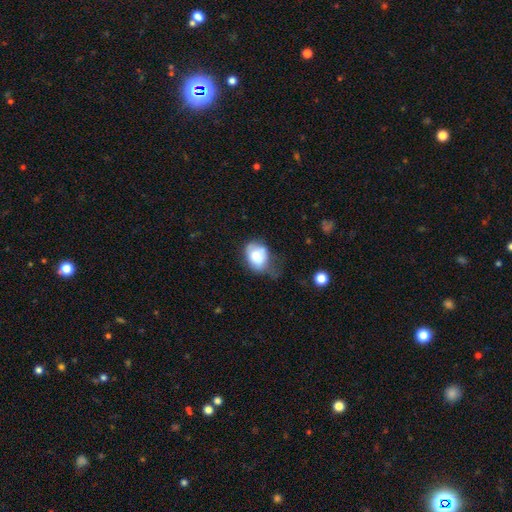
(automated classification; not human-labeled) smooth_or_featured: smooth (p=0.72) [alt: featured or disk p=0.20]
how_rounded: in between (p=0.62) [alt: round p=0.37]
merging: minor disturbance (p=0.38) [alt: none p=0.29]